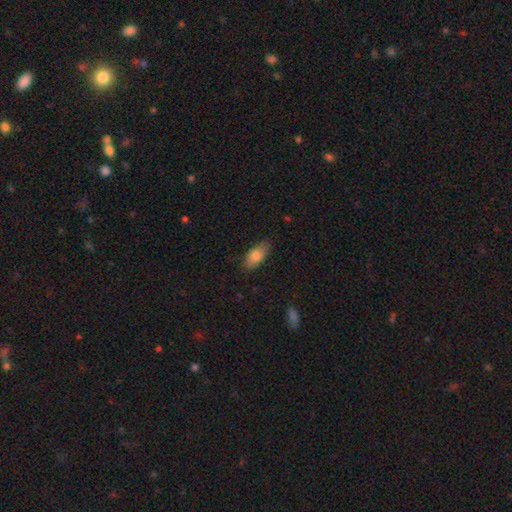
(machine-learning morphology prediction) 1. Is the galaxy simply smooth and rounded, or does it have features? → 81% smooth, 12% featured or disk, 7% star or artifact.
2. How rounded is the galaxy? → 86% in between, 11% cigar-shaped, 3% round.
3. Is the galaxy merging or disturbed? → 82% none, 14% minor disturbance, 3% major disturbance, 1% merger.